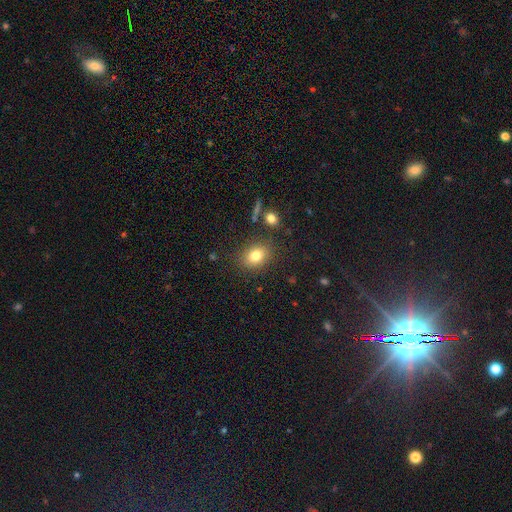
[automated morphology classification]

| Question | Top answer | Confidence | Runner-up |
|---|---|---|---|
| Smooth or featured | smooth | 79% | star or artifact (11%) |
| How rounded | in between | 56% | round (42%) |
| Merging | none | 84% | minor disturbance (10%) |